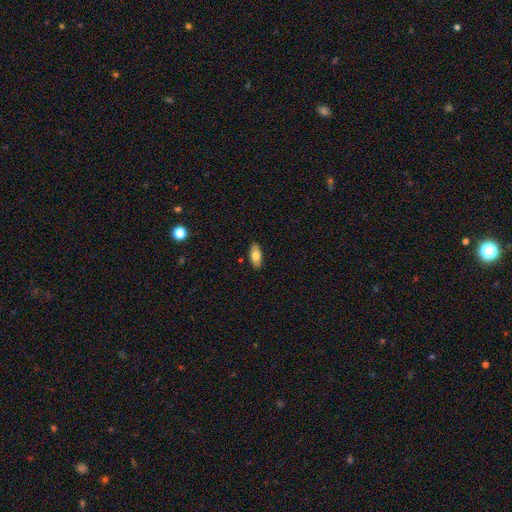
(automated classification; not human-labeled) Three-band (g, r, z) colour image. It shows a smooth galaxy with no disk features (76%) that is in between round and cigar-shaped (87%). Merging: none (89%).